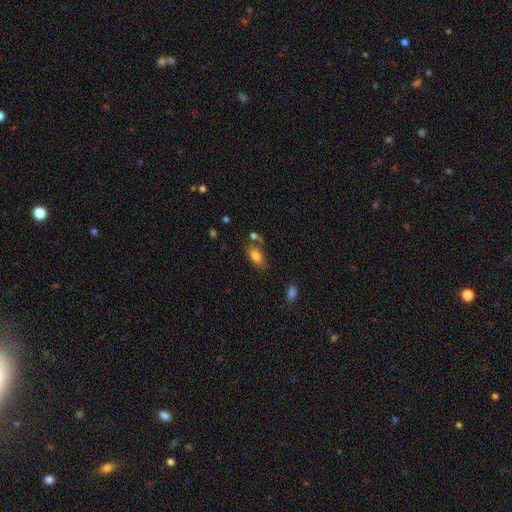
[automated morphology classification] A smooth galaxy with no disk features (79%) that is in between round and cigar-shaped (89%).

Vote fractions:
- Smooth or featured? smooth: 79% / featured or disk: 13% / star or artifact: 8%
- How rounded? in between: 89% / round: 7% / cigar-shaped: 4%
- Merging? none: 61% / merger: 17% / minor disturbance: 17% / major disturbance: 6%